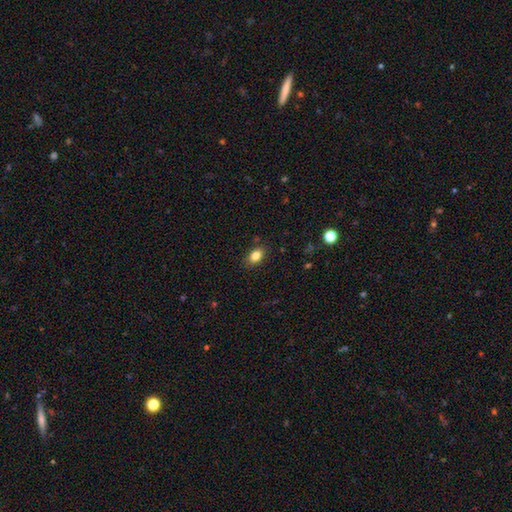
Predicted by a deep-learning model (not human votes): Q: Smooth or featured?
A: smooth (83%); runner-up: star or artifact (10%)
Q: How rounded?
A: in between (81%); runner-up: round (17%)
Q: Merging?
A: none (85%); runner-up: minor disturbance (11%)